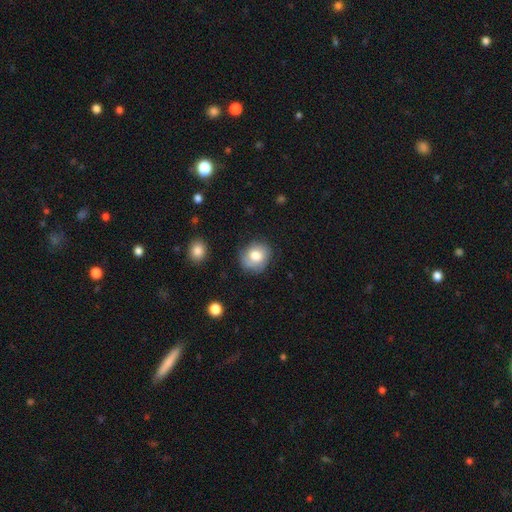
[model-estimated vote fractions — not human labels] Smooth or featured? Predicted: smooth (p=0.76). How rounded? Predicted: round (p=0.70). Merging? Predicted: none (p=0.74).